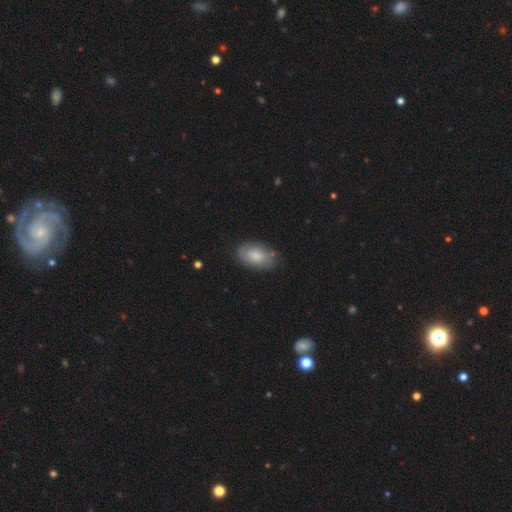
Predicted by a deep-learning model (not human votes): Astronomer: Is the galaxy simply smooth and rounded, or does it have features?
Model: smooth — 66%.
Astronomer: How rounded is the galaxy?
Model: in between — 91%.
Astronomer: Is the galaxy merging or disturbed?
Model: none — 74%.